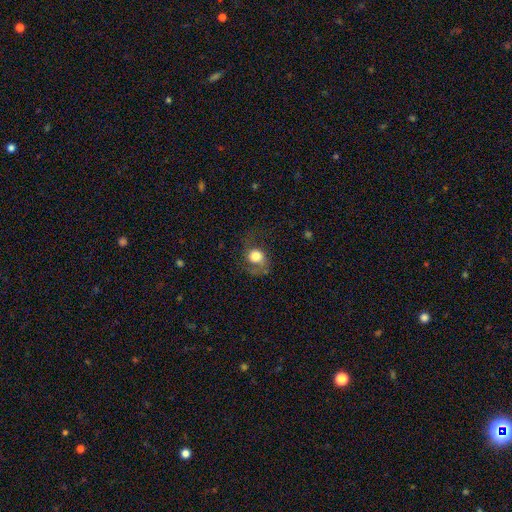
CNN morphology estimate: Smooth or featured? Predicted: smooth (p=0.60). How rounded? Predicted: round (p=0.69). Merging? Predicted: none (p=0.45).